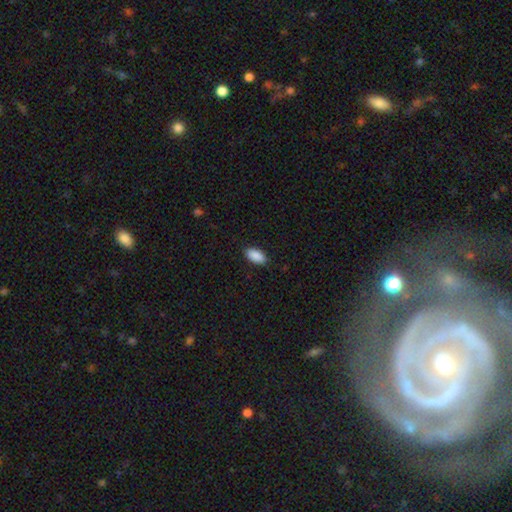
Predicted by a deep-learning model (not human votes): Smooth or featured? Predicted: smooth (p=0.90). How rounded? Predicted: in between (p=0.94). Merging? Predicted: none (p=0.88).